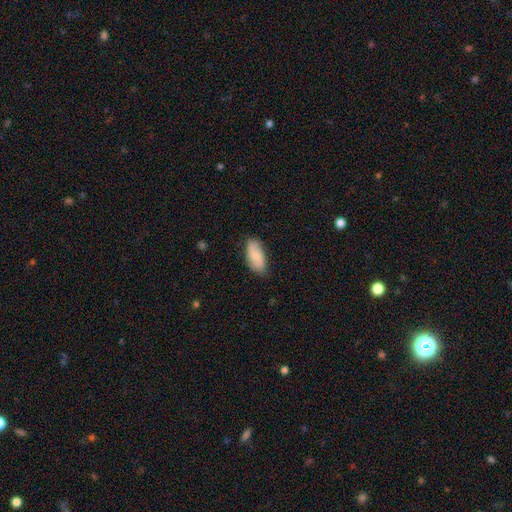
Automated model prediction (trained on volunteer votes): Q: Smooth or featured?
A: smooth (71%); runner-up: featured or disk (23%)
Q: How rounded?
A: in between (90%); runner-up: cigar-shaped (8%)
Q: Merging?
A: none (78%); runner-up: minor disturbance (18%)